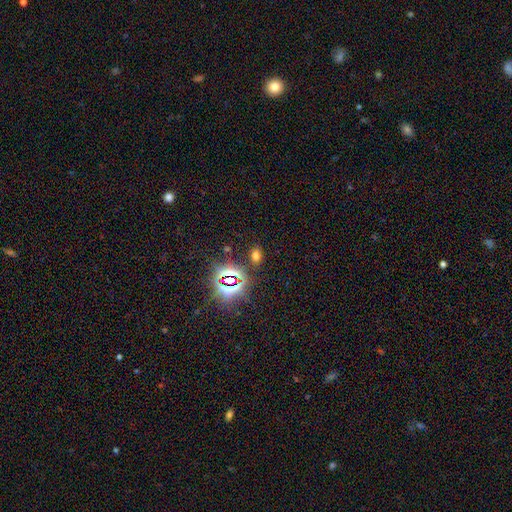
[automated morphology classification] smooth_or_featured: smooth (p=0.55) [alt: star or artifact p=0.38]
how_rounded: in between (p=0.79) [alt: round p=0.18]
merging: none (p=0.84) [alt: minor disturbance p=0.09]